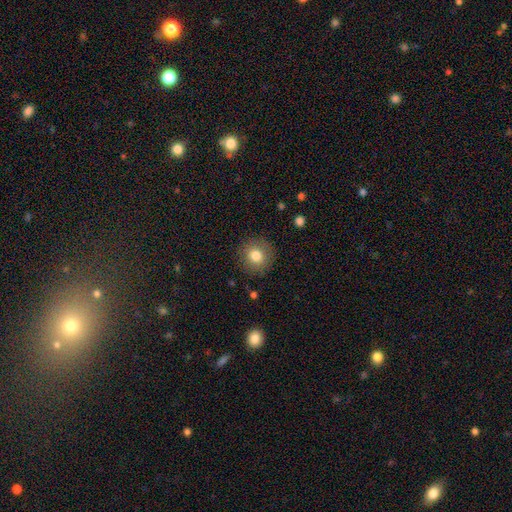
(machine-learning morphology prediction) Overall: smooth (80%). How rounded: round (91%). Merging: none (88%).